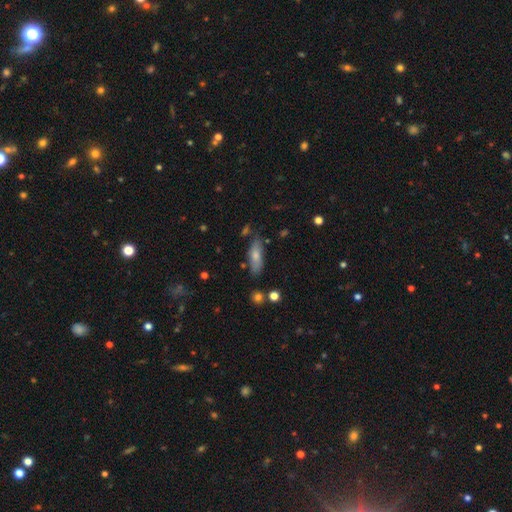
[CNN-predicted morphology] Overall: smooth (73%). How rounded: in between (60%; cigar-shaped 37%). Merging: none (73%).